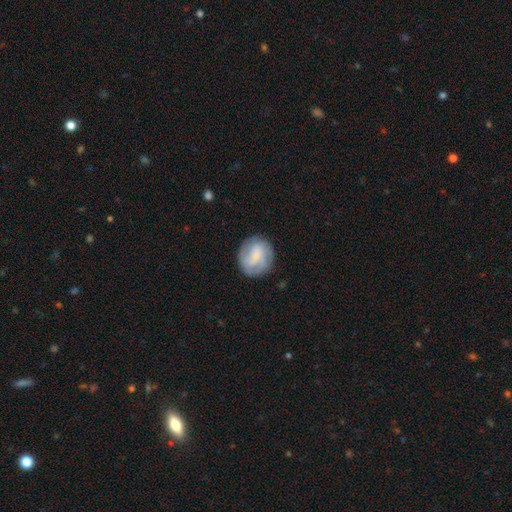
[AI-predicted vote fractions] This appears to be a featured or disk galaxy (49%). Merging: none (76%).